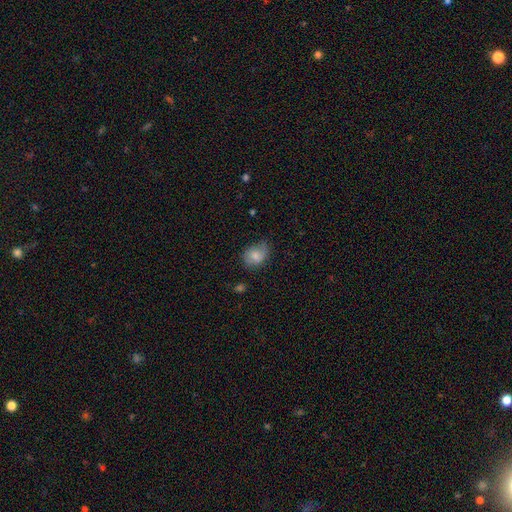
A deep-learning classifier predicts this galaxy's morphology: A smooth galaxy with no disk features (71%) that is in between round and cigar-shaped (63%). Merging: none (60%).